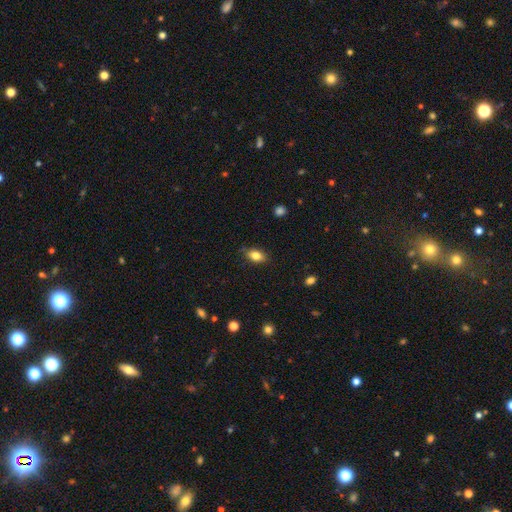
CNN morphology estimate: Smooth or featured? smooth (83%)
How rounded? in between (87%)
Merging? none (81%)